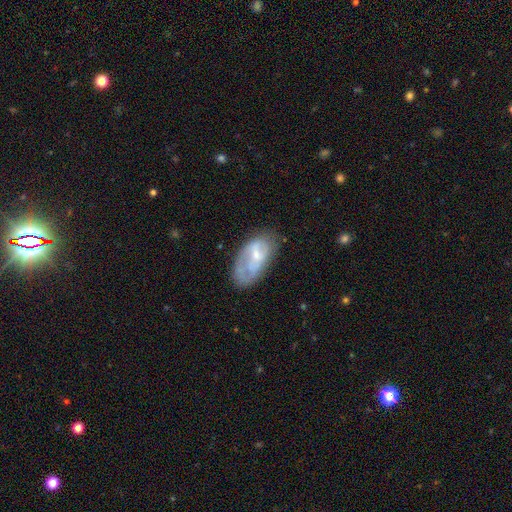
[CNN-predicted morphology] Overall: featured or disk (53%; smooth 40%). Edge-on disk: no (94%). Merging: none (49%; minor disturbance 29%).